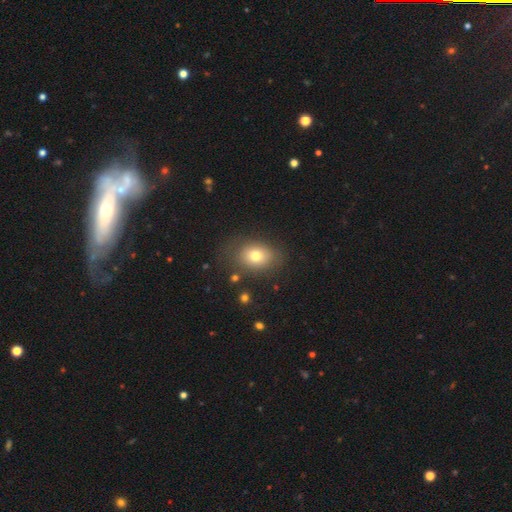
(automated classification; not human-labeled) Overall: smooth (75%). How rounded: in between (66%; round 33%). Merging: none (75%).